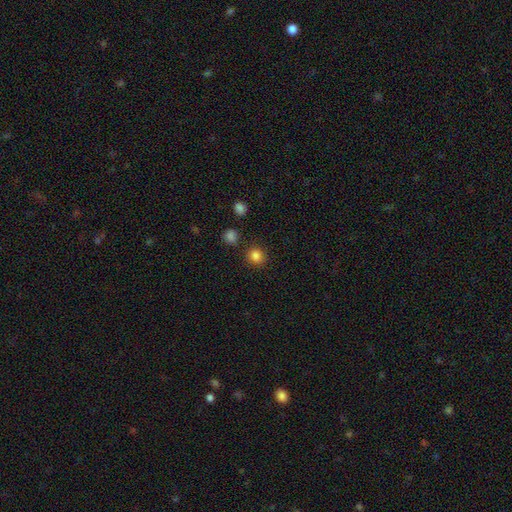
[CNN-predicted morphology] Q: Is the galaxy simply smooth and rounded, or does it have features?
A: smooth — 84%.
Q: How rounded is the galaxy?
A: round — 90%.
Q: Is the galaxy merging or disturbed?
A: none — 87%.